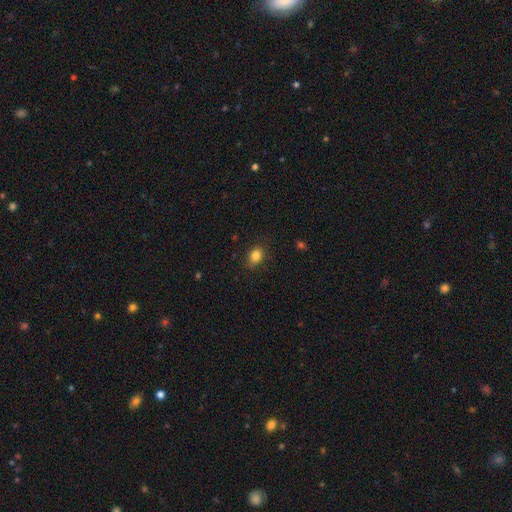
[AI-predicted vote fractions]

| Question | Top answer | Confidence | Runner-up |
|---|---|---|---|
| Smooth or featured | smooth | 83% | star or artifact (11%) |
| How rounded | in between | 62% | round (36%) |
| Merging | none | 80% | minor disturbance (16%) |